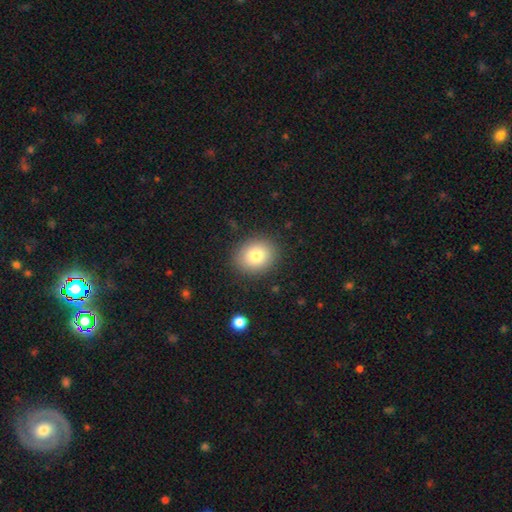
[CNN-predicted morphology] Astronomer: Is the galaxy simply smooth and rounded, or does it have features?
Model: smooth — 81%.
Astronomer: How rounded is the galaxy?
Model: round — 64%.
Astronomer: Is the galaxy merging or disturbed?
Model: none — 88%.